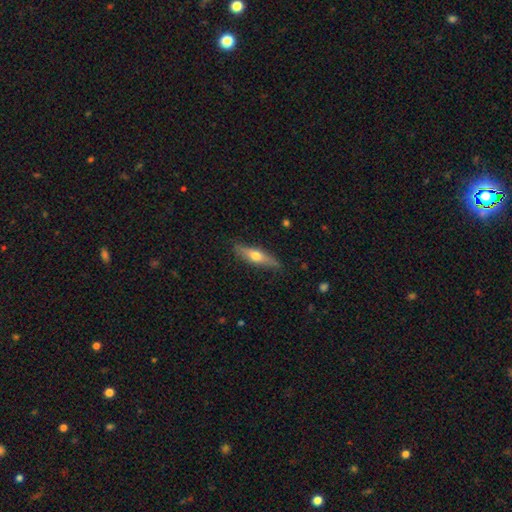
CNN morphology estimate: This appears to be a featured or disk galaxy (49%). Merging: none (83%).